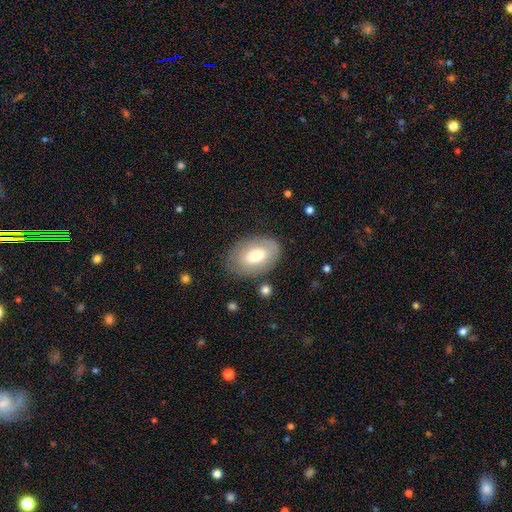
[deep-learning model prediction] Smooth or featured? Predicted: smooth (p=0.62). How rounded? Predicted: in between (p=0.86). Merging? Predicted: none (p=0.76).